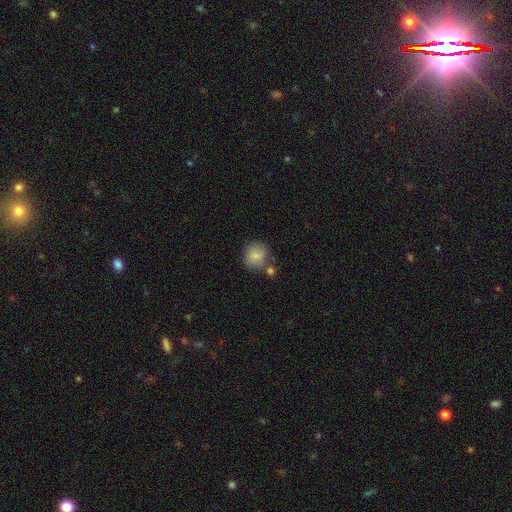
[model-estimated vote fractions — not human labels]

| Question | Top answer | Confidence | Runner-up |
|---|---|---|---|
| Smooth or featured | smooth | 82% | featured or disk (10%) |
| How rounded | round | 85% | in between (14%) |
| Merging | none | 63% | merger (18%) |